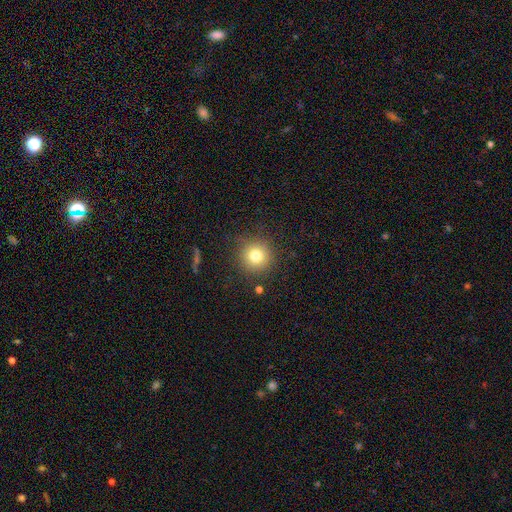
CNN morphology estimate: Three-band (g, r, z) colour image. It shows a smooth galaxy with no disk features (78%) that is round (95%). Merging: none (88%).